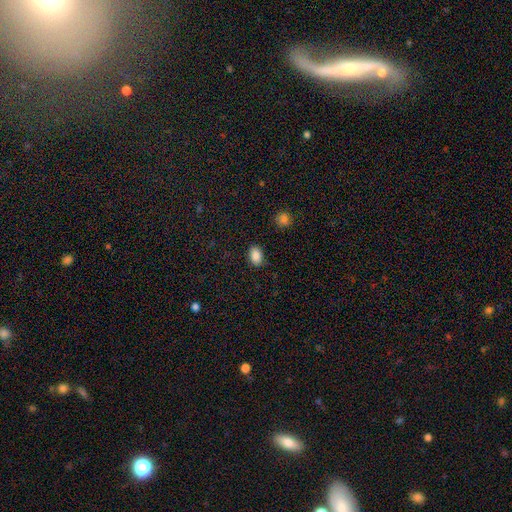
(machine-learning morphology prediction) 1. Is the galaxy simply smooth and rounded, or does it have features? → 88% smooth, 8% star or artifact, 4% featured or disk.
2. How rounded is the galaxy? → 83% in between, 16% round, 1% cigar-shaped.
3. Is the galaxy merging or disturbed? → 87% none, 9% minor disturbance, 2% major disturbance, 1% merger.